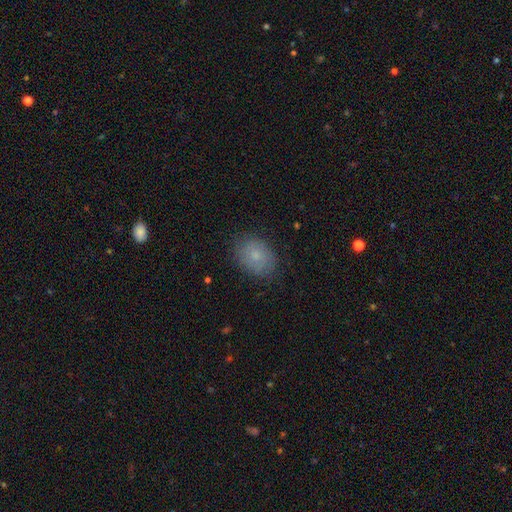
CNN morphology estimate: smooth-or-featured: smooth: 70% | featured or disk: 21% | star or artifact: 9%
  how-rounded: in between: 65% | round: 34% | cigar-shaped: 1%
  merging: none: 80% | minor disturbance: 15% | major disturbance: 4% | merger: 1%